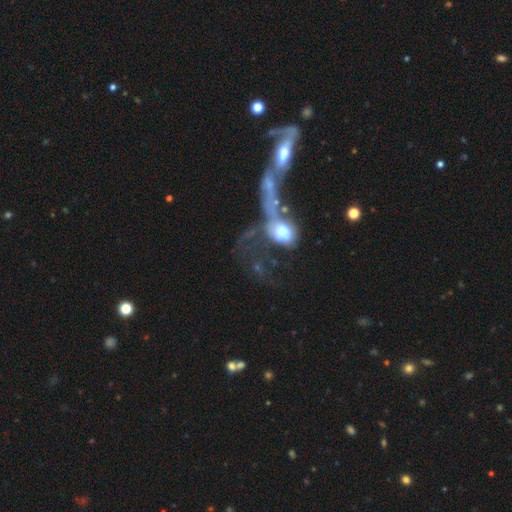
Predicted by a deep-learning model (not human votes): Smooth or featured? Predicted: featured or disk (p=0.54). Edge-on disk? Predicted: no (p=0.83). Merging? Predicted: merger (p=0.67).